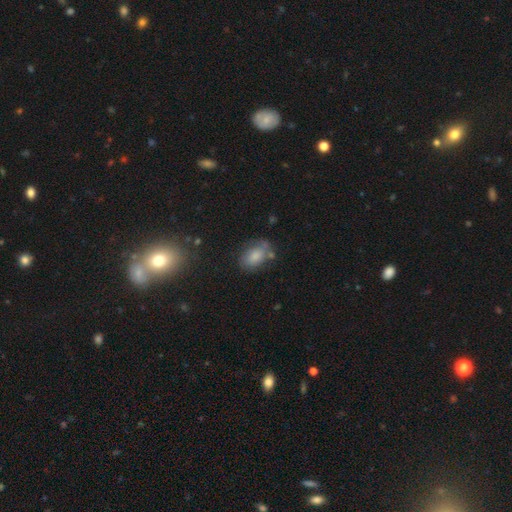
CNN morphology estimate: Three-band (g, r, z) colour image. It shows a smooth galaxy with no disk features (75%) that is in between round and cigar-shaped (87%). Merging: none (62%).